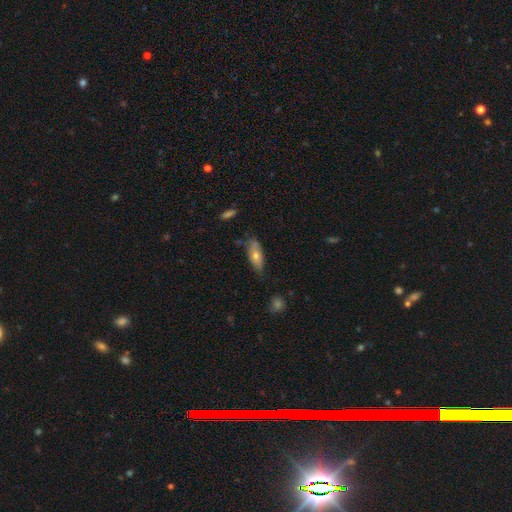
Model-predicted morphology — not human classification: smooth-or-featured: smooth: 62% | featured or disk: 30% | star or artifact: 8%
  how-rounded: in between: 65% | cigar-shaped: 32% | round: 3%
  merging: none: 68% | minor disturbance: 24% | major disturbance: 5% | merger: 2%